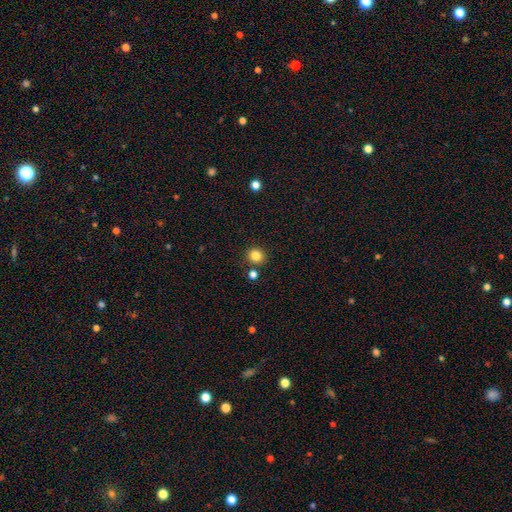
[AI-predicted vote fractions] This appears to be a smooth galaxy with no disk features (83%) that is round (89%). Merging: none (84%).